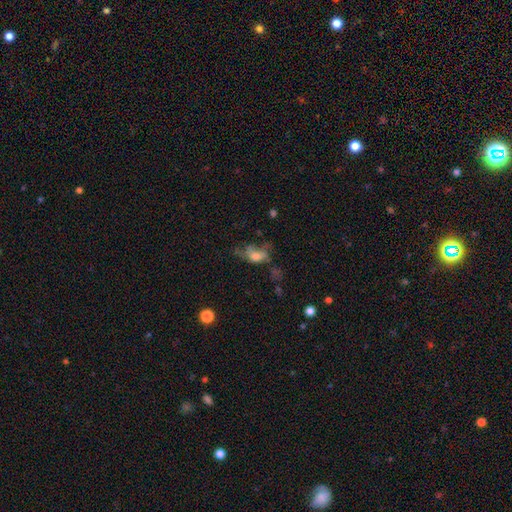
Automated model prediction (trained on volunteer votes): A smooth galaxy with no disk features (49%).

Vote fractions:
- Smooth or featured? smooth: 49% / featured or disk: 38% / star or artifact: 14%
- Merging? major disturbance: 45% / none: 29% / minor disturbance: 21% / merger: 6%